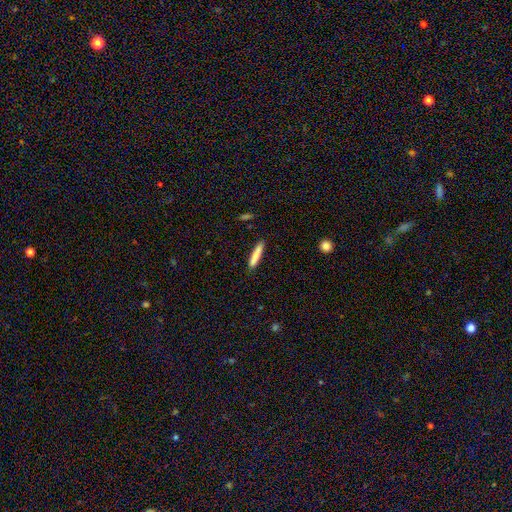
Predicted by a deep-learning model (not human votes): Smooth or featured?
  - smooth: 79% *
  - featured or disk: 15%
  - star or artifact: 6%
How rounded?
  - cigar-shaped: 92% *
  - in between: 7%
  - round: 1%
Merging?
  - none: 87% *
  - minor disturbance: 9%
  - major disturbance: 2%
  - merger: 2%